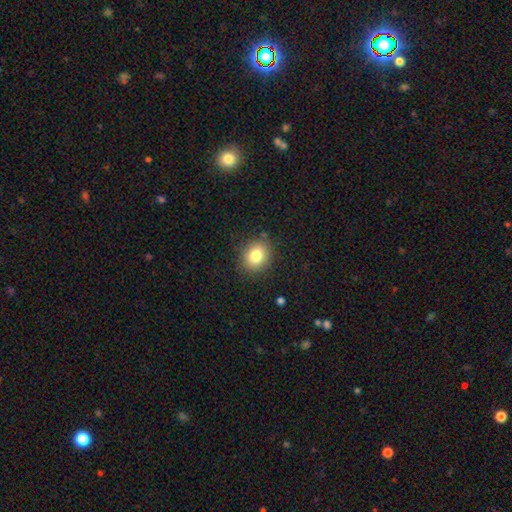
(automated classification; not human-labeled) Q: Smooth or featured?
A: smooth (81%); runner-up: star or artifact (10%)
Q: How rounded?
A: round (61%); runner-up: in between (39%)
Q: Merging?
A: none (86%); runner-up: minor disturbance (10%)